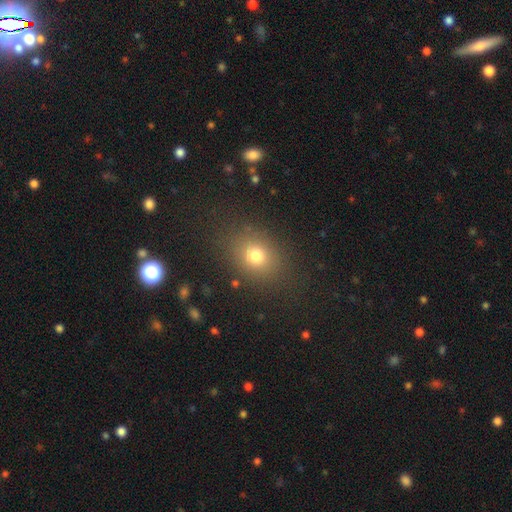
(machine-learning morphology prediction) Q: Smooth or featured?
A: smooth (75%); runner-up: star or artifact (15%)
Q: How rounded?
A: in between (50%); runner-up: round (49%)
Q: Merging?
A: none (83%); runner-up: minor disturbance (11%)